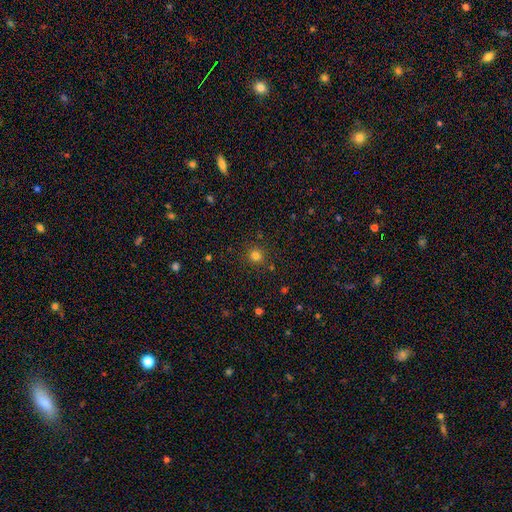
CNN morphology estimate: Overall: smooth (79%). How rounded: round (93%). Merging: none (88%).